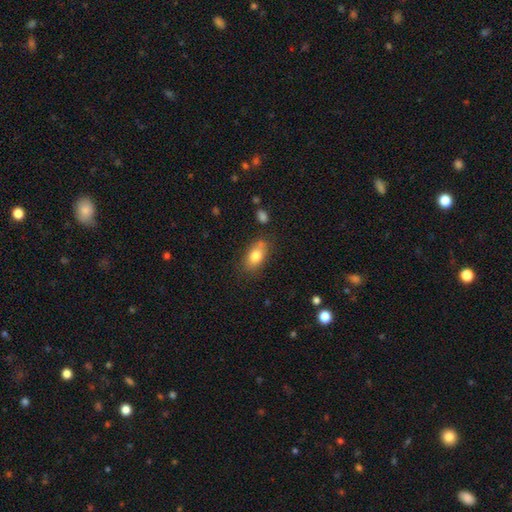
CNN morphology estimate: Overall: smooth (78%). How rounded: in between (84%). Merging: none (68%).